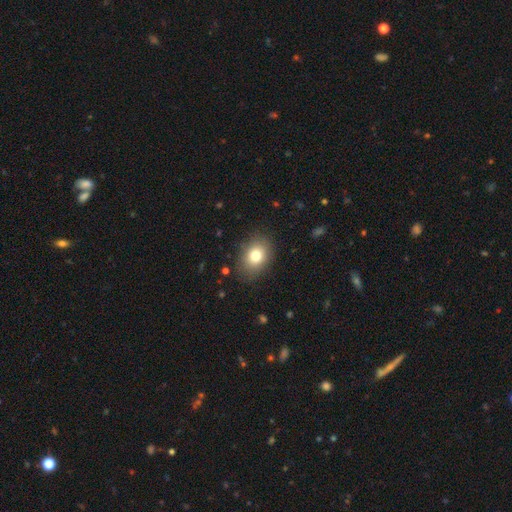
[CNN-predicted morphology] A smooth galaxy with no disk features (80%) that is in between round and cigar-shaped (67%).

Vote fractions:
- Smooth or featured? smooth: 80% / featured or disk: 10% / star or artifact: 10%
- How rounded? in between: 67% / round: 32% / cigar-shaped: 1%
- Merging? none: 85% / minor disturbance: 10% / major disturbance: 3% / merger: 1%